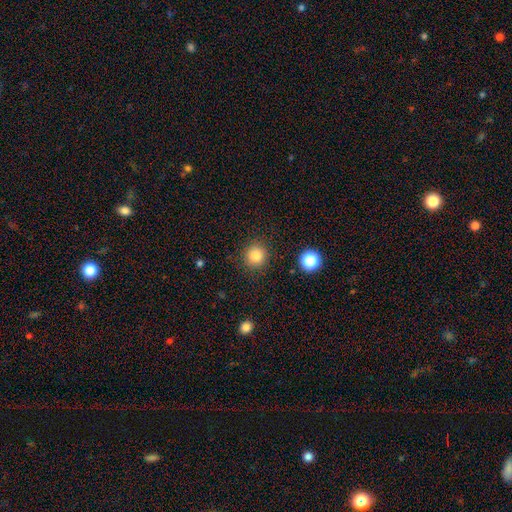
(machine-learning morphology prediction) Smooth or featured? Predicted: smooth (p=0.82). How rounded? Predicted: round (p=0.93). Merging? Predicted: none (p=0.89).